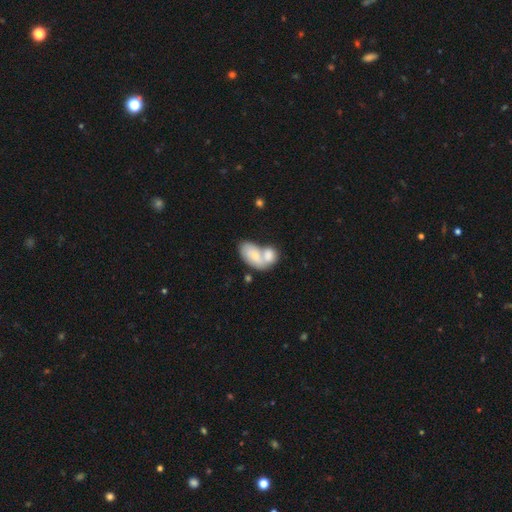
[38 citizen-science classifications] Morphology: type=smooth (53%); roundness=in between (100%); merging=merger (81%).